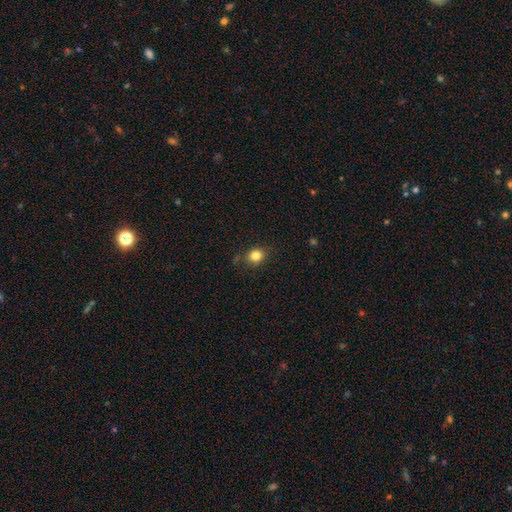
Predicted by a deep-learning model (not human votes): smooth_or_featured: smooth (p=0.82) [alt: star or artifact p=0.12]
how_rounded: round (p=0.78) [alt: in between p=0.21]
merging: none (p=0.82) [alt: minor disturbance p=0.13]